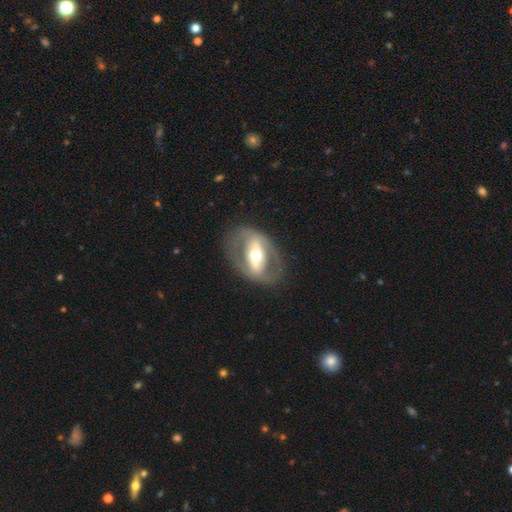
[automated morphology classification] Smooth or featured? featured or disk (71%)
Edge-on disk? no (90%)
Bar? strong (58%)
Spiral arms? no (67%)
Bulge size? moderate (67%)
Merging? none (77%)